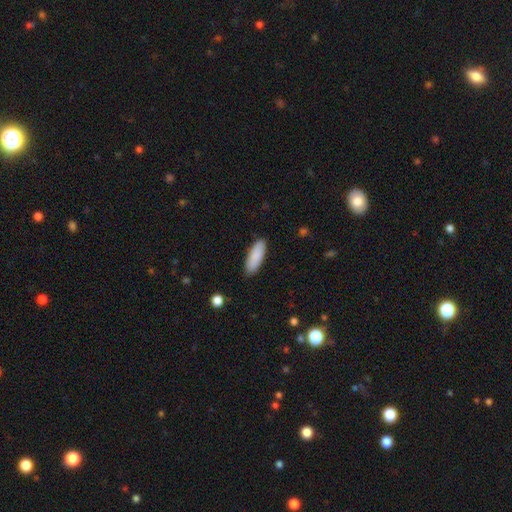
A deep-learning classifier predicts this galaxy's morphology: Smooth or featured? smooth (88%)
How rounded? in between (65%)
Merging? none (87%)